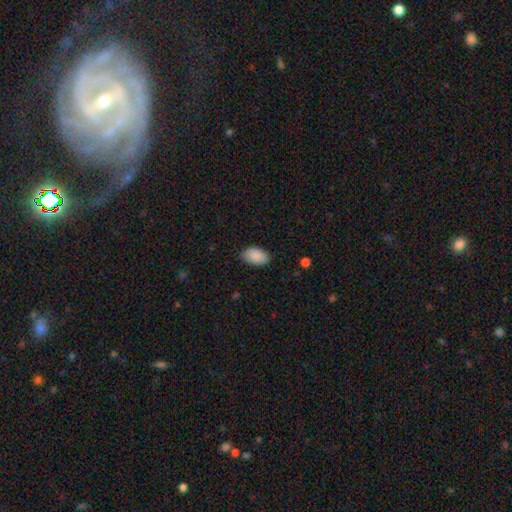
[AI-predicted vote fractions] smooth_or_featured: smooth (p=0.90) [alt: star or artifact p=0.06]
how_rounded: in between (p=0.94) [alt: round p=0.05]
merging: none (p=0.82) [alt: minor disturbance p=0.15]